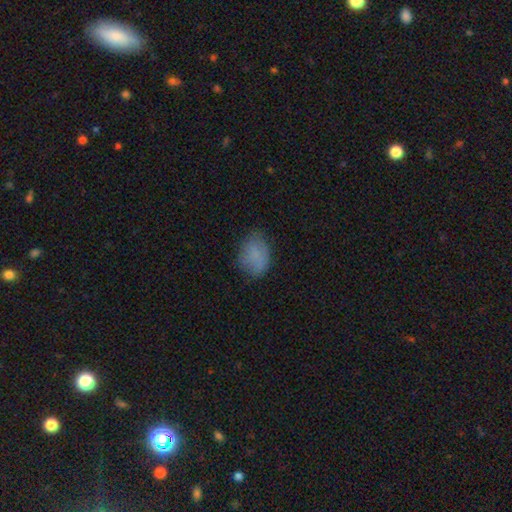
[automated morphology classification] Smooth or featured: smooth — 80% (star or artifact — 10%)
How rounded: in between — 68% (round — 30%)
Merging: none — 69% (minor disturbance — 23%)